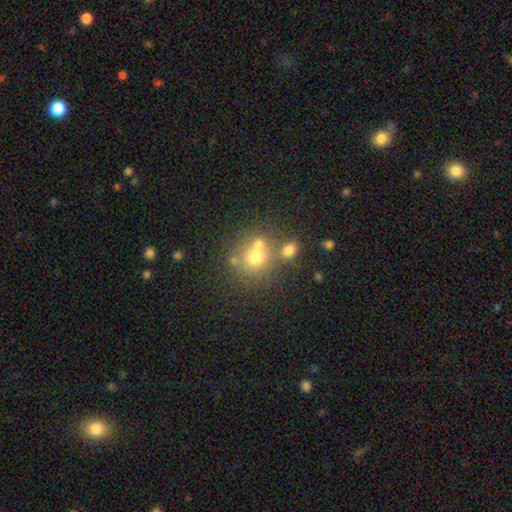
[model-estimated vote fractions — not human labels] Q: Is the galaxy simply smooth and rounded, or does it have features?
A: smooth — 67%.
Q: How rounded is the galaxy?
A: round — 81%.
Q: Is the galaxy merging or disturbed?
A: none — 52%.